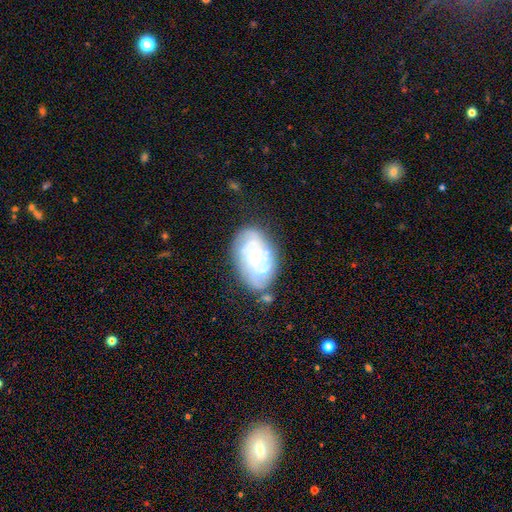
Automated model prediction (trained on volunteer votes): Overall: featured or disk (77%). Edge-on disk: no (96%). Bar: no (72%). Spiral arms: yes (90%). Spiral arm count: can't tell (37%; 3 24%). Spiral winding: tight (66%; medium 27%). Bulge size: moderate (50%; small 43%). Merging: none (70%).